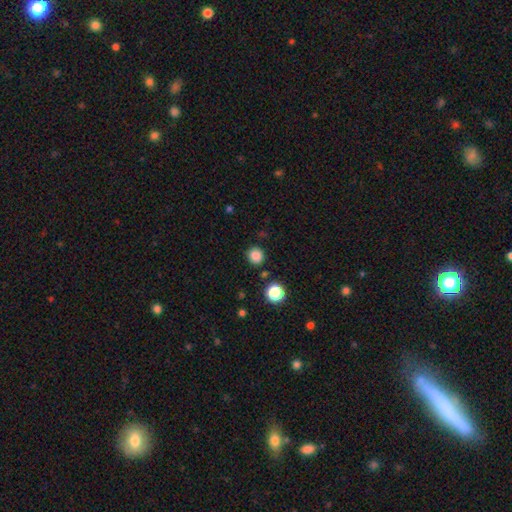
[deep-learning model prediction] This is clearly a smooth galaxy (84%). How rounded: clearly round (90%). Merging: clearly none (87%).